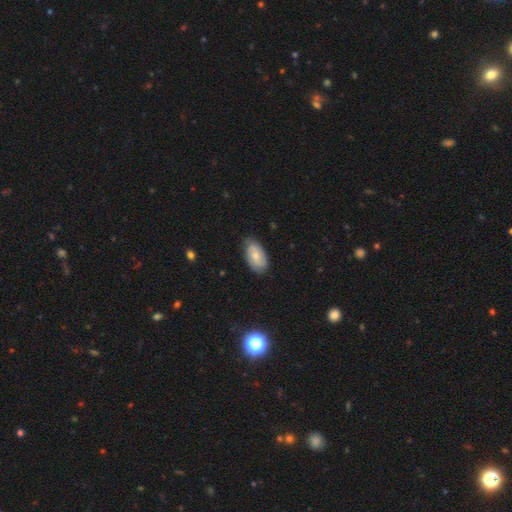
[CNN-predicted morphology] This appears to be a smooth galaxy with no disk features (59%) that is in between round and cigar-shaped (93%). Merging: none (77%).